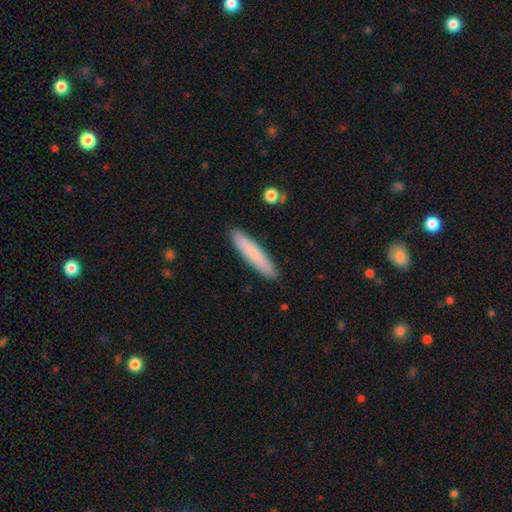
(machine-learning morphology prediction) A smooth galaxy with no disk features (80%) that is cigar-shaped (86%). Merging: none (90%).